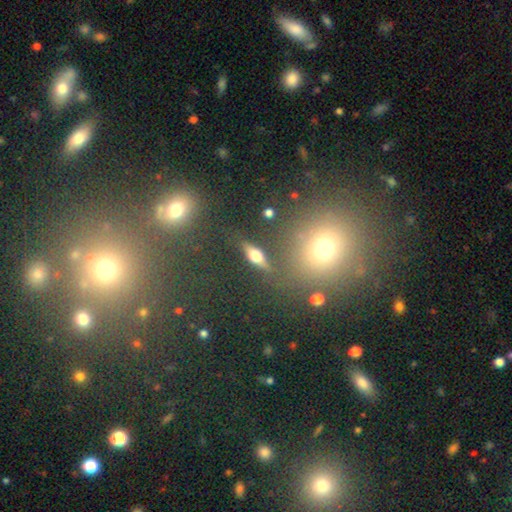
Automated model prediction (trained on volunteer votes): This appears to be a featured or disk galaxy (52%) viewed edge-on (88%). Merging: none (82%).